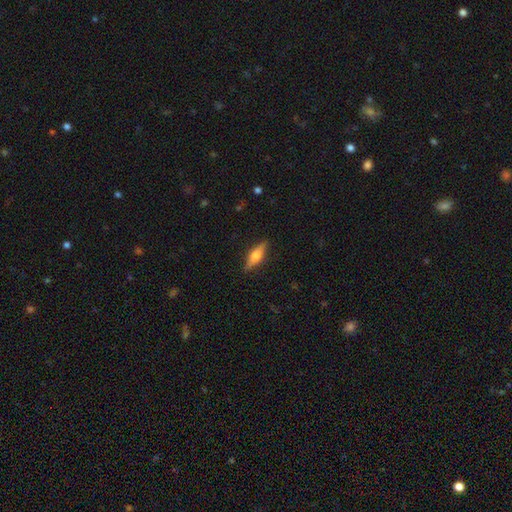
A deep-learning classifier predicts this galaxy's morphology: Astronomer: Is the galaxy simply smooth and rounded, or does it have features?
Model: featured or disk — 49% (runner-up: smooth, 45%).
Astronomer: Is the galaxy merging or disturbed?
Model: none — 87%.